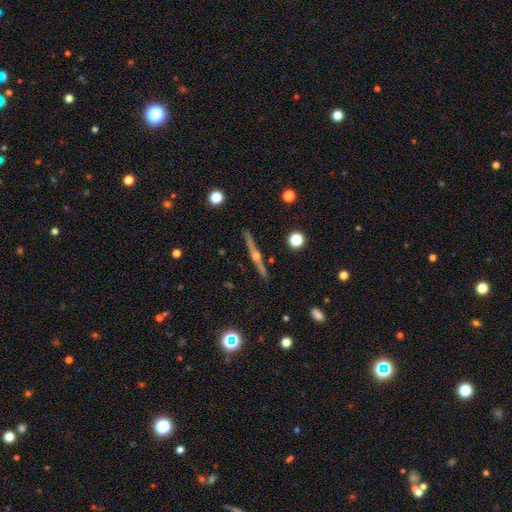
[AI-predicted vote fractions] The model was most divided on "smooth or featured": featured or disk: 81%, smooth: 12%, star or artifact: 7%. More confident: edge-on disk — yes (98%); merging — none (92%); edge-on bulge — rounded (91%).